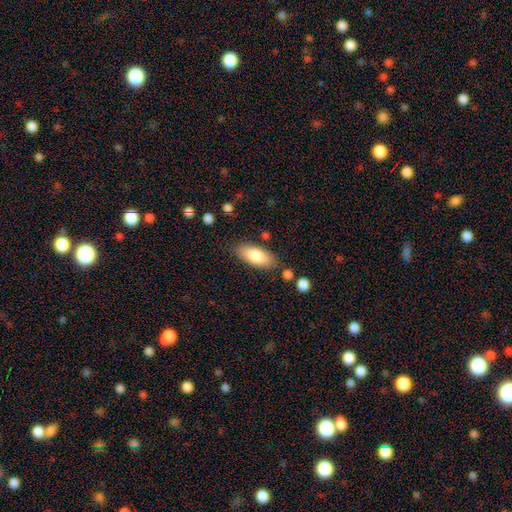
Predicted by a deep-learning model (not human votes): The model was most divided on "smooth or featured": smooth: 81%, featured or disk: 13%, star or artifact: 6%. More confident: how rounded — in between (86%); merging — none (81%).